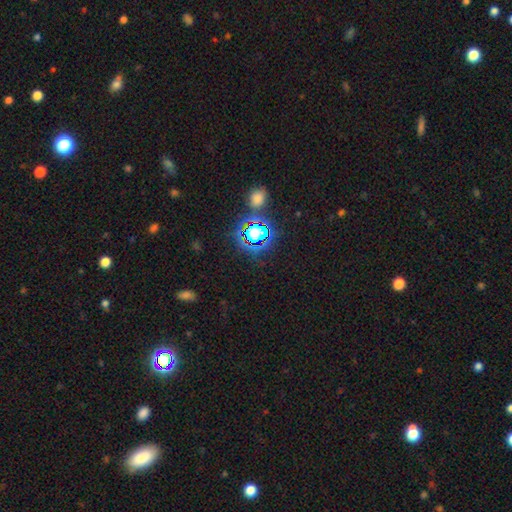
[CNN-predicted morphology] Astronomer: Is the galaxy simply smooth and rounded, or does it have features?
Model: star or artifact — 73%.